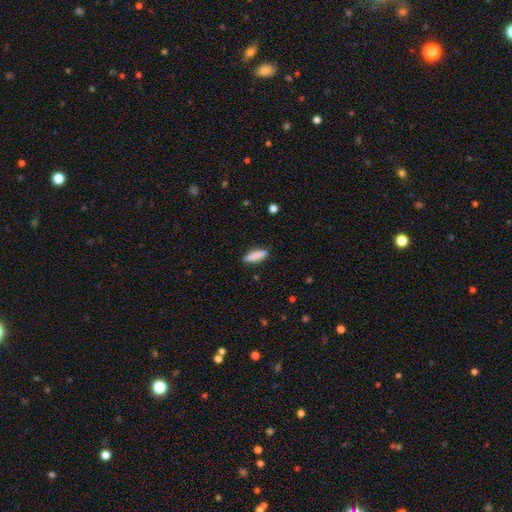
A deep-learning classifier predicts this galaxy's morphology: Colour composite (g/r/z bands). It shows a smooth galaxy with no disk features (88%) that is cigar-shaped (56%). Merging: none (88%).